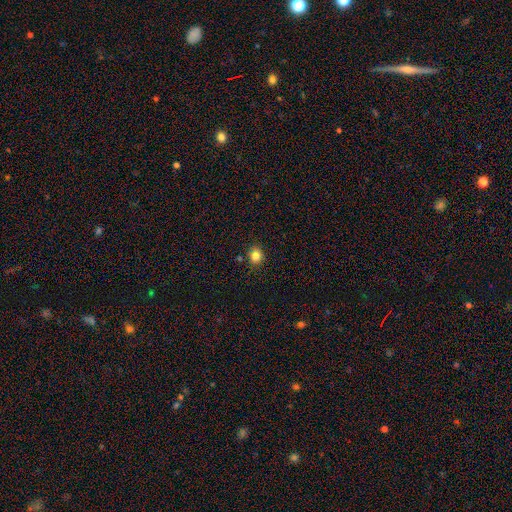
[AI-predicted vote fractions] Overall: smooth (82%). How rounded: round (73%). Merging: none (85%).